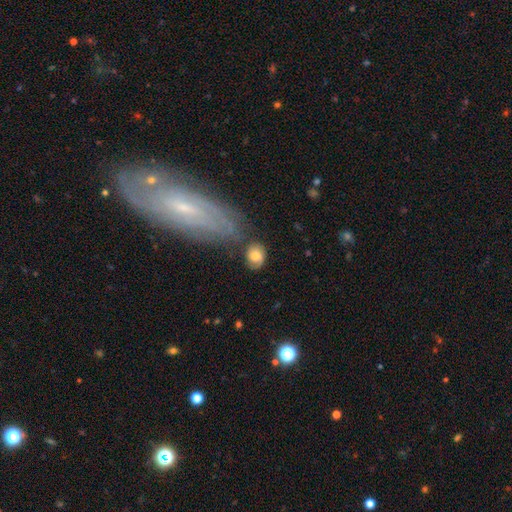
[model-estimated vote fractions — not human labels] Overall: smooth (66%; featured or disk 26%). How rounded: round (60%; in between 39%). Merging: none (63%).